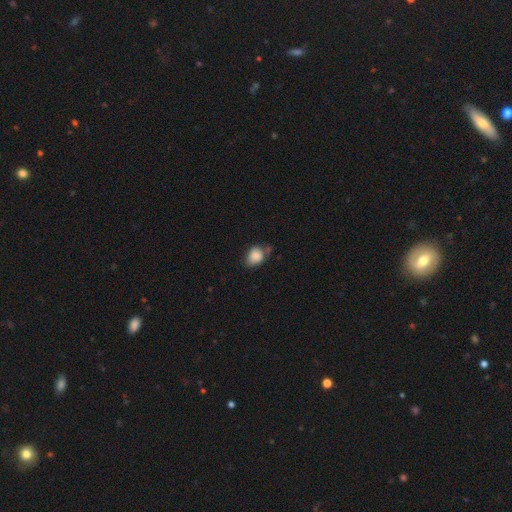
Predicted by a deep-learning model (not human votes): Smooth or featured? Predicted: smooth (p=0.85). How rounded? Predicted: in between (p=0.61). Merging? Predicted: none (p=0.50).